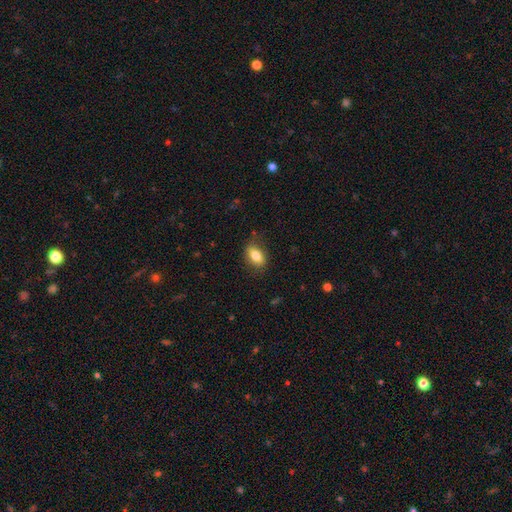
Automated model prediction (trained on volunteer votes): A smooth galaxy with no disk features (80%) that is in between round and cigar-shaped (86%). Merging: none (79%).